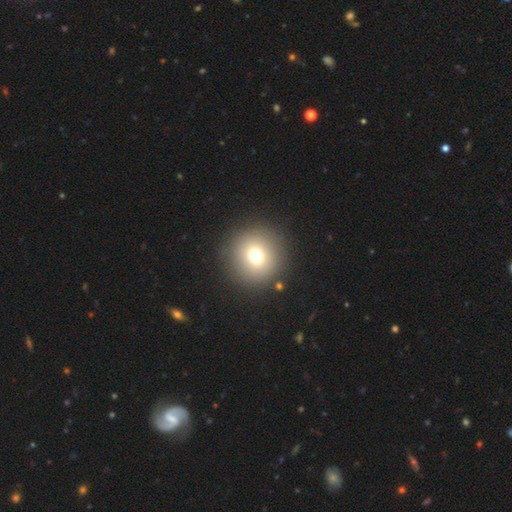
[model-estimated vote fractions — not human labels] smooth_or_featured: smooth (p=0.71) [alt: star or artifact p=0.16]
how_rounded: round (p=0.95) [alt: in between p=0.04]
merging: none (p=0.89) [alt: minor disturbance p=0.06]